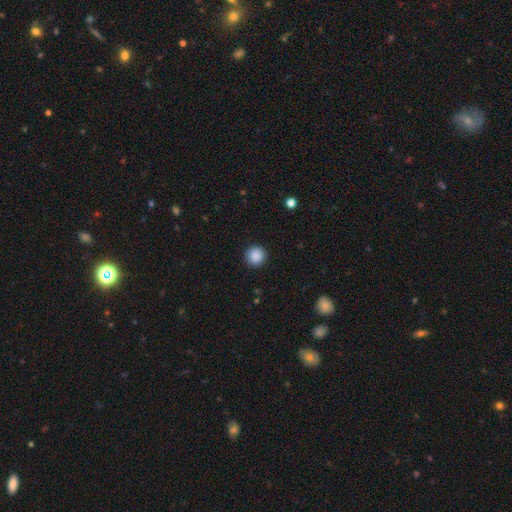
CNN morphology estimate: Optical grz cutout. It shows a smooth galaxy with no disk features (88%) that is round (95%). Merging: none (92%).